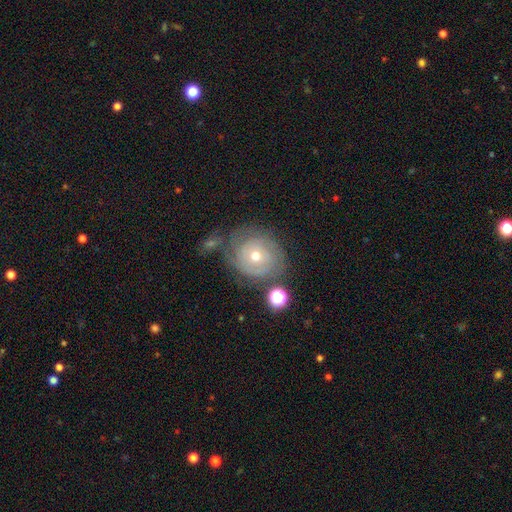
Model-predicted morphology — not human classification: Q: Smooth or featured?
A: featured or disk (67%); runner-up: smooth (23%)
Q: Edge-on disk?
A: no (97%); runner-up: yes (3%)
Q: Bar?
A: no (81%); runner-up: weak (16%)
Q: Spiral arms?
A: yes (81%); runner-up: no (19%)
Q: Spiral winding?
A: tight (76%); runner-up: medium (18%)
Q: Spiral arm count?
A: can't tell (49%); runner-up: 2 (24%)
Q: Bulge size?
A: moderate (58%); runner-up: small (38%)
Q: Merging?
A: none (61%); runner-up: minor disturbance (21%)